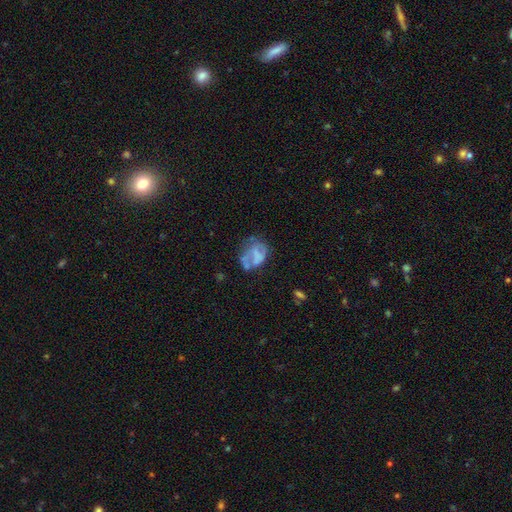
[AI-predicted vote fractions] featured or disk 50%, smooth 39%, star or artifact 11%. Down the decision tree: merging — none (35%).